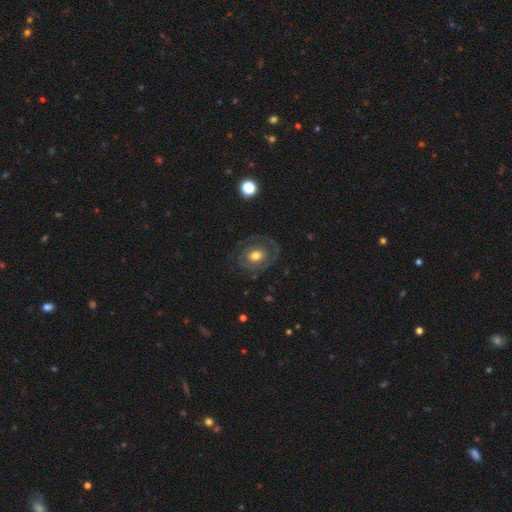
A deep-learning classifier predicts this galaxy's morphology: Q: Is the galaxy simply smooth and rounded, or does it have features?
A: featured or disk — 60%.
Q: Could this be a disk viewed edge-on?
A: no — 96%.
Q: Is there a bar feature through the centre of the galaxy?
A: no — 75%.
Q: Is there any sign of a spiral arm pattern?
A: yes — 63%.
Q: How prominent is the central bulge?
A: moderate — 68%.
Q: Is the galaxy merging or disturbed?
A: none — 70%.